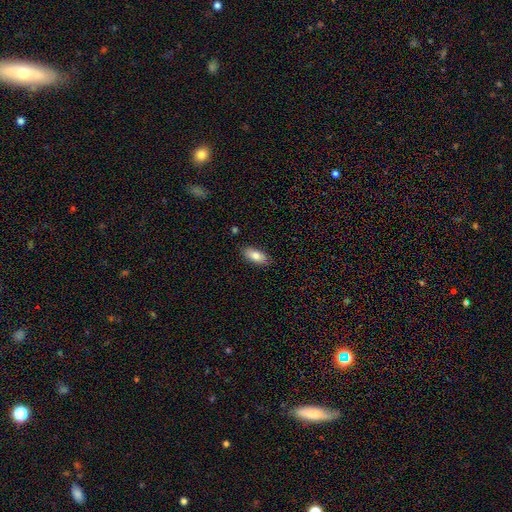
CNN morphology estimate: Q: Smooth or featured?
A: smooth (82%); runner-up: featured or disk (11%)
Q: How rounded?
A: in between (87%); runner-up: cigar-shaped (11%)
Q: Merging?
A: none (87%); runner-up: minor disturbance (10%)